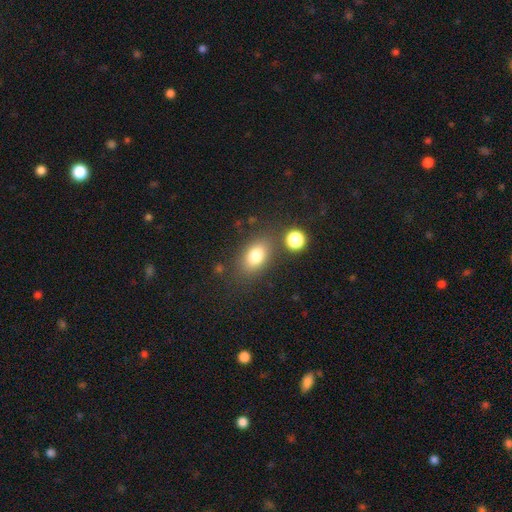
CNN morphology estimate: smooth 79%, featured or disk 11%, star or artifact 10%. Down the decision tree: how rounded — in between (83%); merging — none (78%).